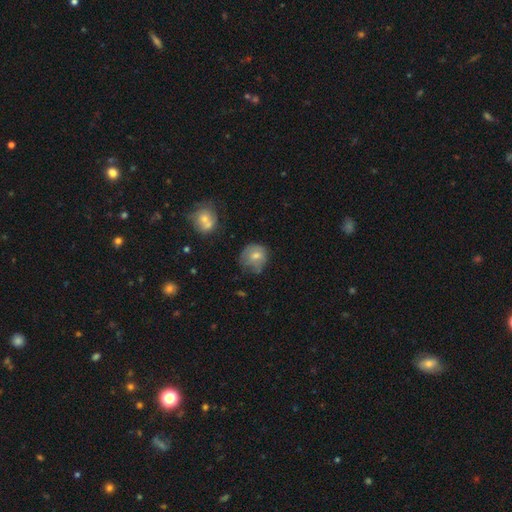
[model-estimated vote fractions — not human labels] Morphology: type=smooth (65%); roundness=round (78%); merging=none (50%).